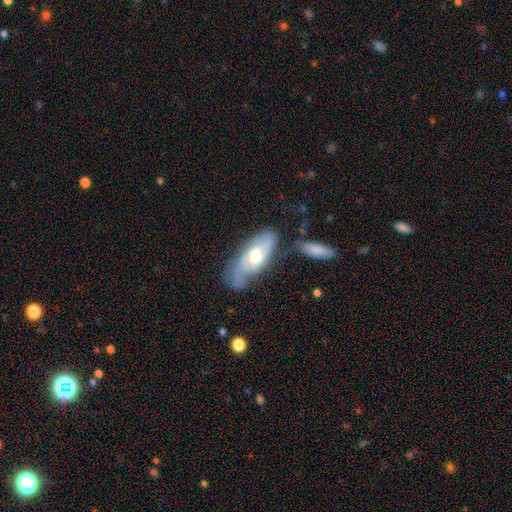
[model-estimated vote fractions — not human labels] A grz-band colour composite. It shows a featured or disk galaxy (59%). Merging: none (49%).